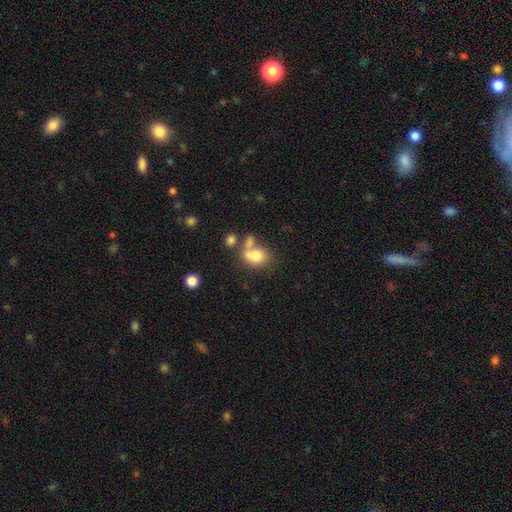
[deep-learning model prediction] Q: Smooth or featured?
A: smooth (75%); runner-up: featured or disk (15%)
Q: How rounded?
A: in between (63%); runner-up: round (36%)
Q: Merging?
A: merger (42%); runner-up: none (32%)